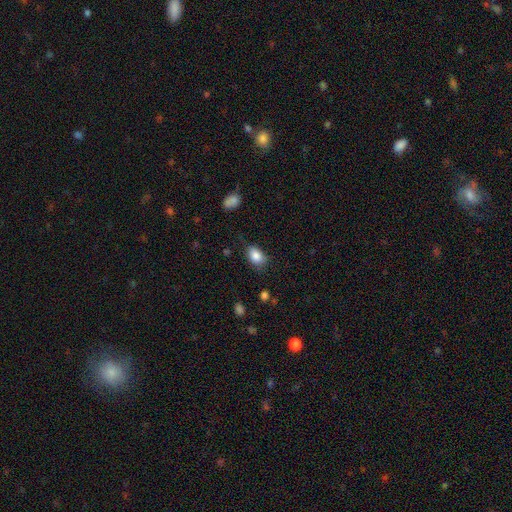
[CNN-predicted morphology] A smooth galaxy with no disk features (86%) that is in between round and cigar-shaped (81%). Merging: none (73%).